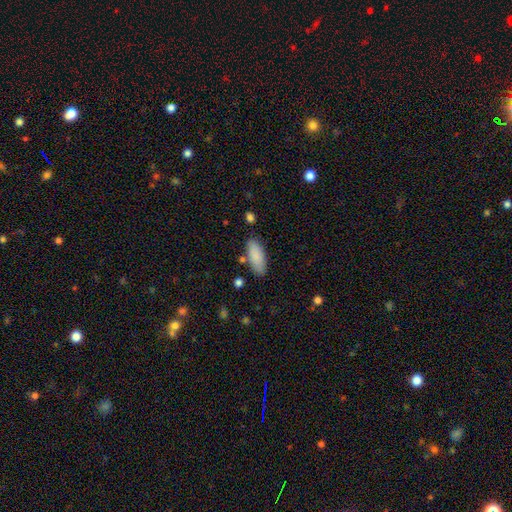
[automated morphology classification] A smooth galaxy with no disk features (87%) that is in between round and cigar-shaped (79%).

Vote fractions:
- Smooth or featured? smooth: 87% / featured or disk: 7% / star or artifact: 6%
- How rounded? in between: 79% / cigar-shaped: 19% / round: 2%
- Merging? none: 80% / minor disturbance: 13% / merger: 4% / major disturbance: 3%